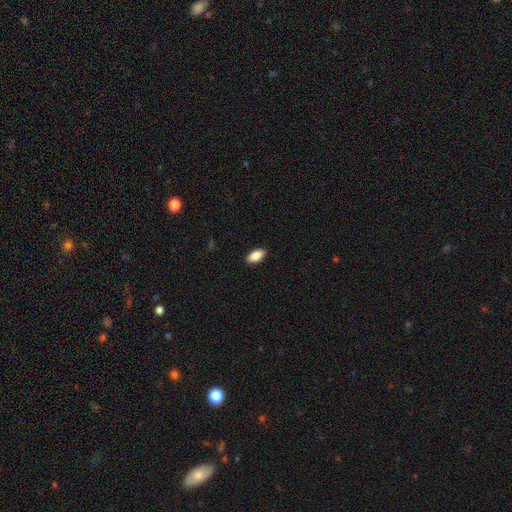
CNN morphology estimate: smooth-or-featured: smooth: 86% | featured or disk: 7% | star or artifact: 7%
  how-rounded: in between: 91% | cigar-shaped: 6% | round: 3%
  merging: none: 90% | minor disturbance: 7% | major disturbance: 2% | merger: 1%